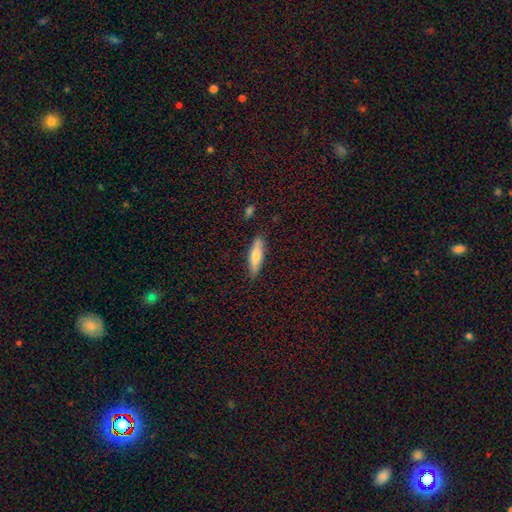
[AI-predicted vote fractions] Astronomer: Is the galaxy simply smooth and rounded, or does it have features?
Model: smooth — 70%.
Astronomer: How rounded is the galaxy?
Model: cigar-shaped — 63%.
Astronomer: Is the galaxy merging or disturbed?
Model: none — 86%.